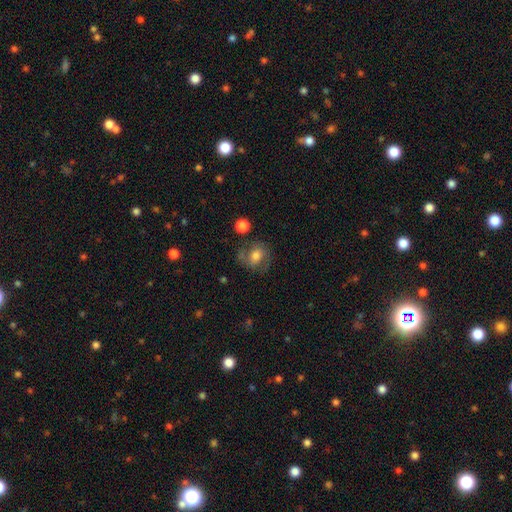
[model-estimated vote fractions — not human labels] Overall: smooth (55%; featured or disk 35%). How rounded: round (63%; in between 36%). Merging: none (63%).